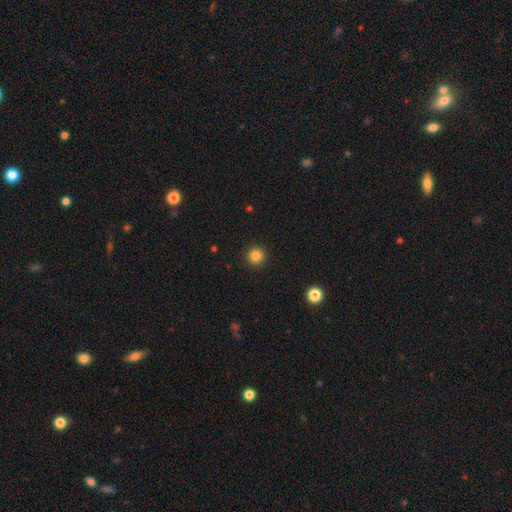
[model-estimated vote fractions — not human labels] smooth_or_featured: smooth (p=0.84) [alt: star or artifact p=0.12]
how_rounded: round (p=0.96) [alt: in between p=0.03]
merging: none (p=0.93) [alt: minor disturbance p=0.04]